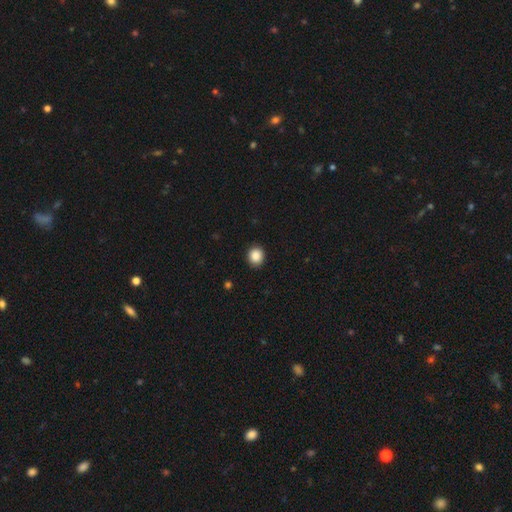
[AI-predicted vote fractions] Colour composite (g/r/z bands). It shows a smooth galaxy with no disk features (88%) that is round (81%). Merging: none (91%).